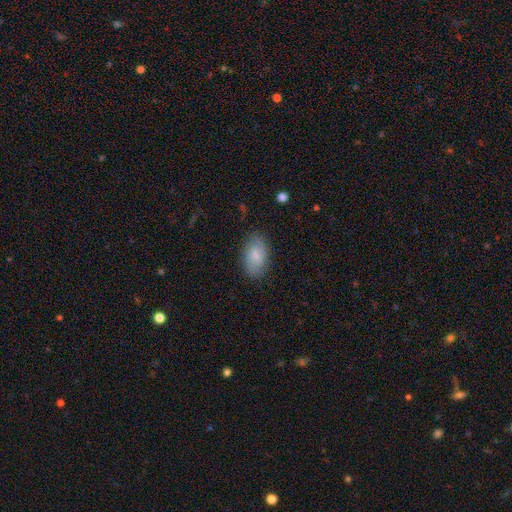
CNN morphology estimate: Smooth or featured? smooth (73%)
How rounded? in between (93%)
Merging? none (82%)